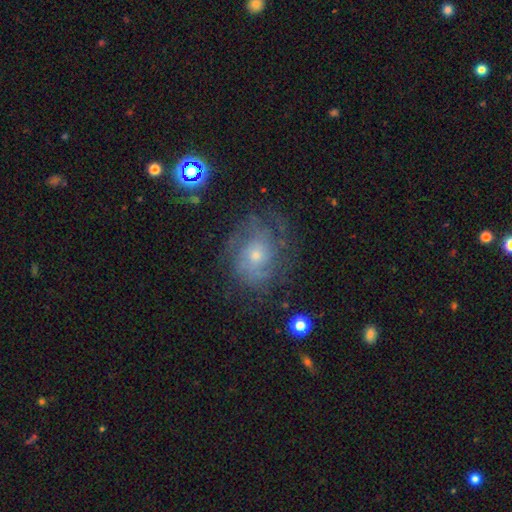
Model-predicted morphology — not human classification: Smooth or featured? Predicted: featured or disk (p=0.70). Edge-on disk? Predicted: no (p=0.97). Bar? Predicted: no (p=0.80). Spiral arms? Predicted: yes (p=0.81). Spiral winding? Predicted: tight (p=0.52). Spiral arm count? Predicted: can't tell (p=0.50). Bulge size? Predicted: small (p=0.59). Merging? Predicted: none (p=0.62).